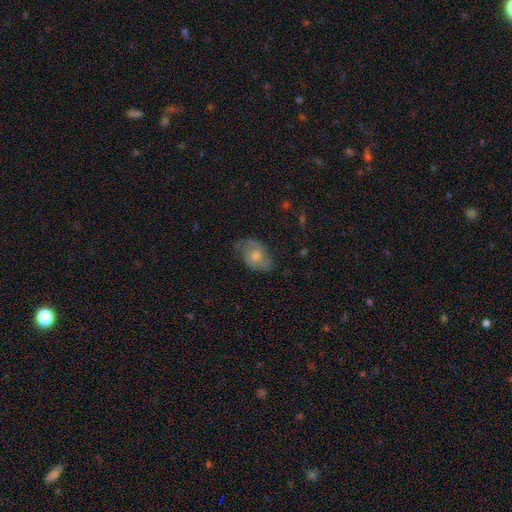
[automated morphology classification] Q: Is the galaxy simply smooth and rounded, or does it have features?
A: smooth — 47%.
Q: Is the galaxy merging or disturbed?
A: none — 58%.